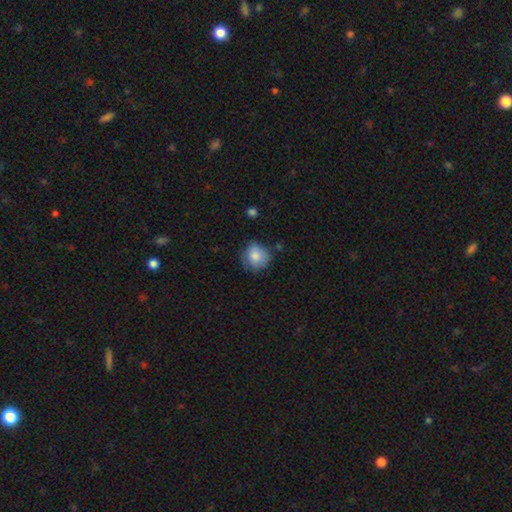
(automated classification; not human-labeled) Overall: smooth (80%). How rounded: round (81%). Merging: none (62%; minor disturbance 28%).